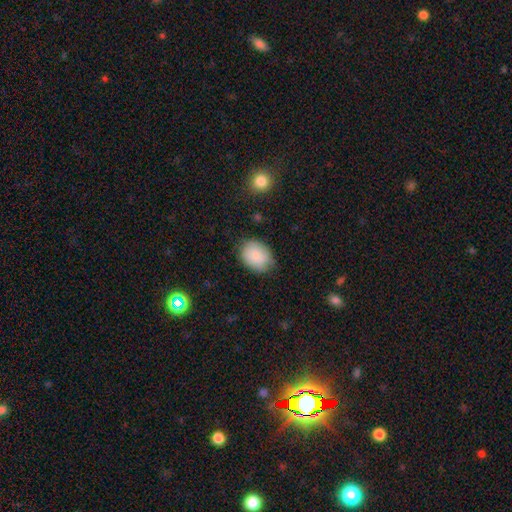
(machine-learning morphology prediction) type=smooth (85%); roundness=in between (61%); merging=none (75%).